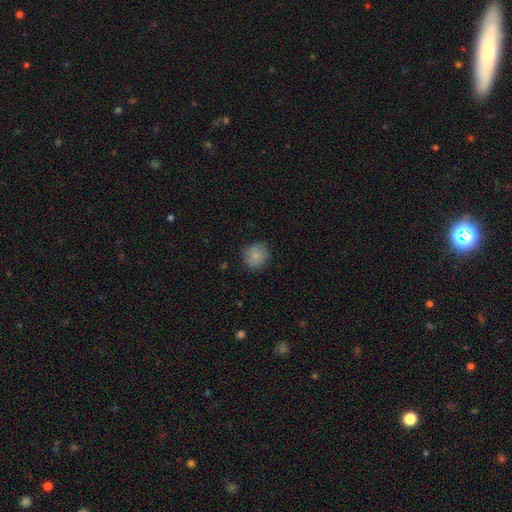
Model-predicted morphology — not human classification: A smooth galaxy with no disk features (82%) that is round (90%). Merging: none (83%).